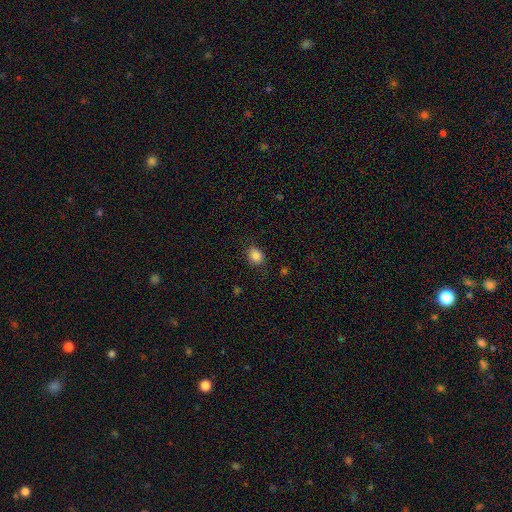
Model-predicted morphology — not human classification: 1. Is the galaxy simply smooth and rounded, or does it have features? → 86% smooth, 10% star or artifact, 4% featured or disk.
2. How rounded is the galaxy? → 52% round, 47% in between, 1% cigar-shaped.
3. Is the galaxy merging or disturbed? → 81% none, 14% minor disturbance, 4% major disturbance, 1% merger.